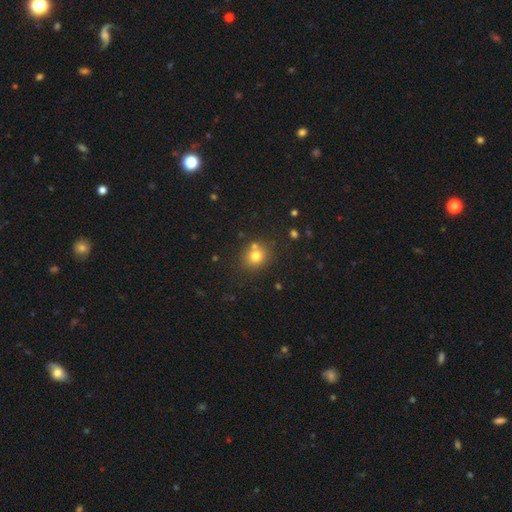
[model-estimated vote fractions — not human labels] Smooth or featured: smooth — 76% (star or artifact — 14%)
How rounded: round — 78% (in between — 21%)
Merging: none — 71% (merger — 15%)